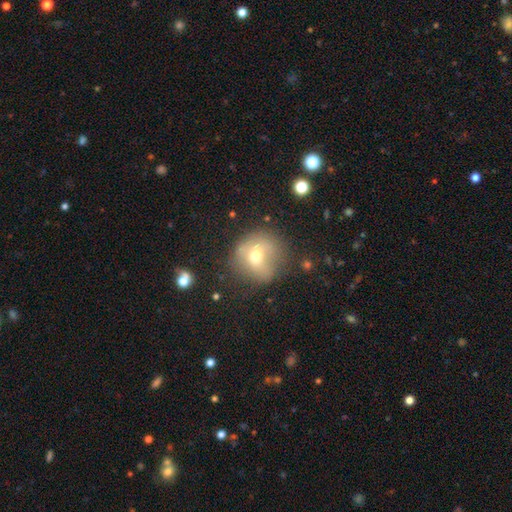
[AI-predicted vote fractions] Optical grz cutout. It shows a smooth galaxy with no disk features (57%) that is round (82%). Merging: none (55%).